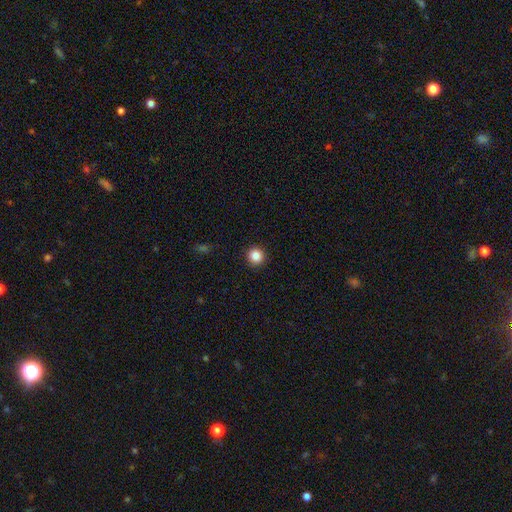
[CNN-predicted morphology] This appears to be a smooth galaxy with no disk features (86%) that is round (94%). Merging: none (92%).